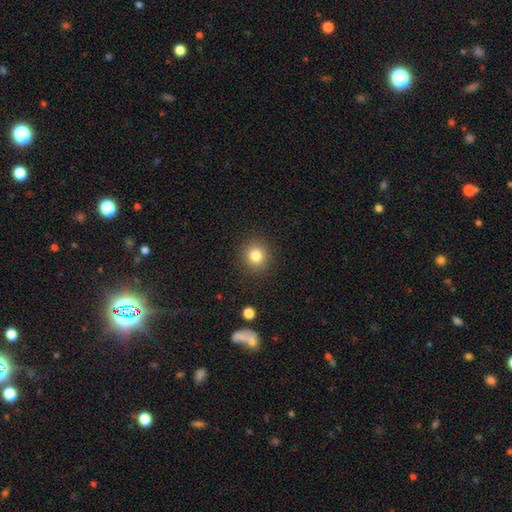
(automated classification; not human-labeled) smooth_or_featured: smooth (p=0.81) [alt: star or artifact p=0.12]
how_rounded: round (p=0.88) [alt: in between p=0.11]
merging: none (p=0.90) [alt: minor disturbance p=0.07]